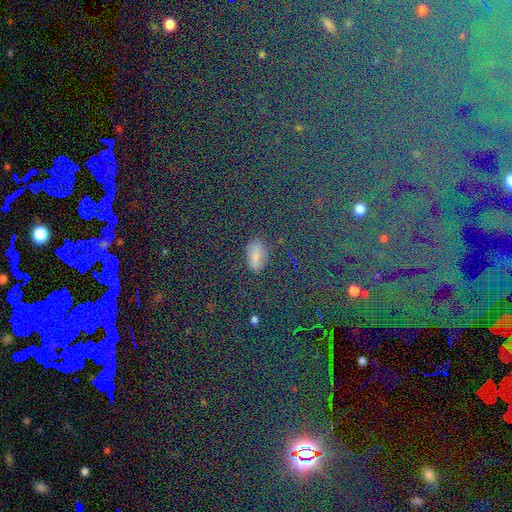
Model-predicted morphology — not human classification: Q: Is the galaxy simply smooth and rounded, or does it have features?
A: smooth — 51%.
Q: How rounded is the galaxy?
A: in between — 84%.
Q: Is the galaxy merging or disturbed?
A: none — 79%.